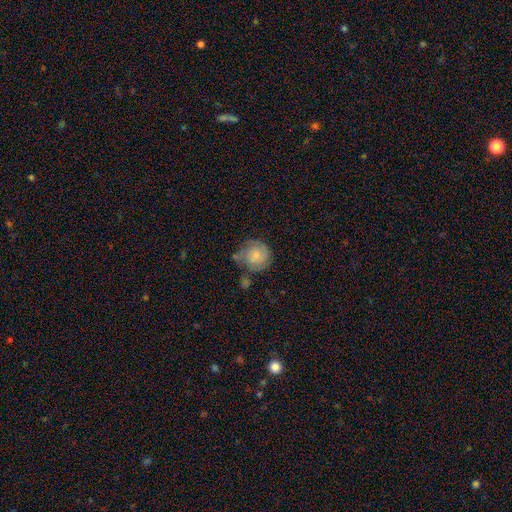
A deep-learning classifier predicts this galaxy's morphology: type=smooth (63%); roundness=round (86%); merging=none (45%).